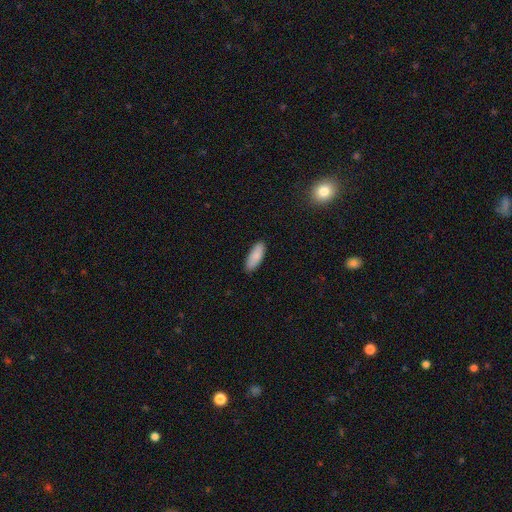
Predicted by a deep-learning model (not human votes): Overall: smooth (88%). How rounded: in between (70%). Merging: none (87%).